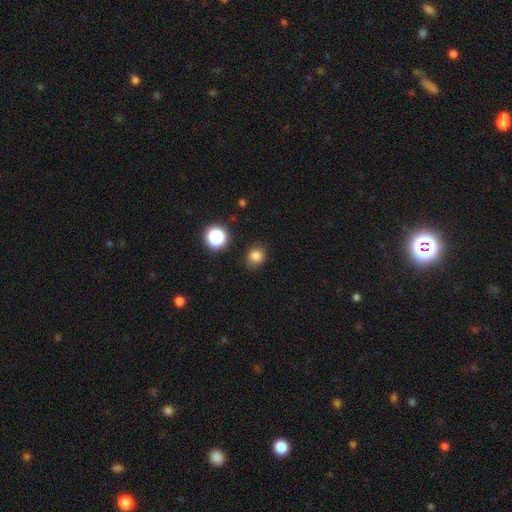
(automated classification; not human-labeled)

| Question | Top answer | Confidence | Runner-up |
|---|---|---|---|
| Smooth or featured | smooth | 80% | star or artifact (15%) |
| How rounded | round | 77% | in between (23%) |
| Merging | none | 86% | minor disturbance (10%) |